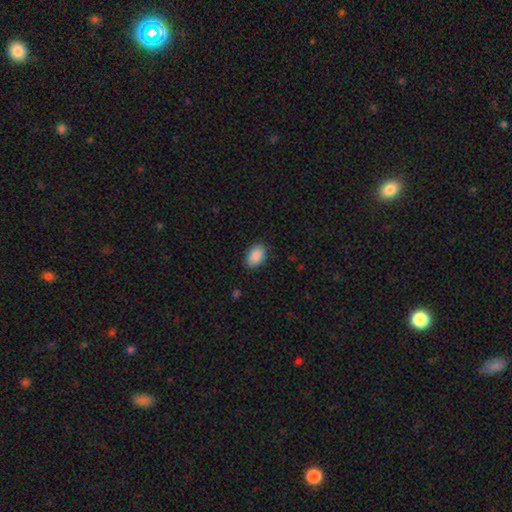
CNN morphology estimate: Smooth or featured: smooth — 90% (star or artifact — 7%)
How rounded: in between — 91% (round — 8%)
Merging: none — 88% (minor disturbance — 9%)